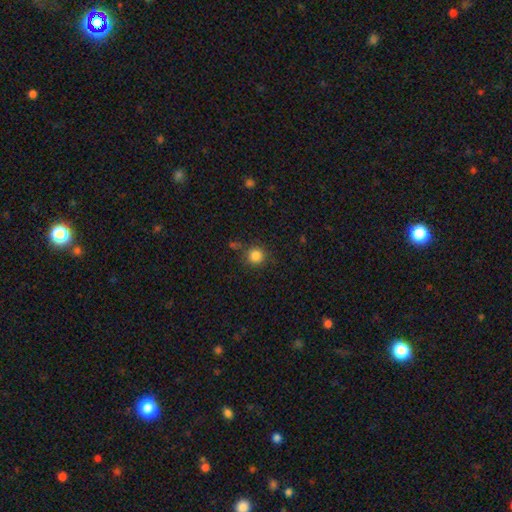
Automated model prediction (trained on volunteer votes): smooth-or-featured: smooth: 85% | star or artifact: 11% | featured or disk: 4%
  how-rounded: round: 93% | in between: 6% | cigar-shaped: 1%
  merging: none: 82% | minor disturbance: 10% | merger: 5% | major disturbance: 4%